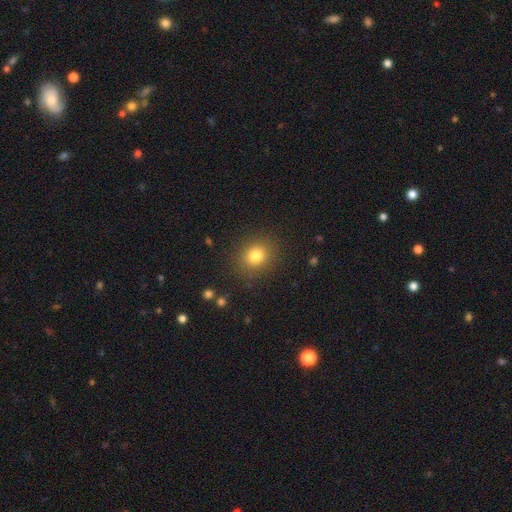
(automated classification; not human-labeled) Smooth or featured? Predicted: smooth (p=0.80). How rounded? Predicted: round (p=0.72). Merging? Predicted: none (p=0.87).